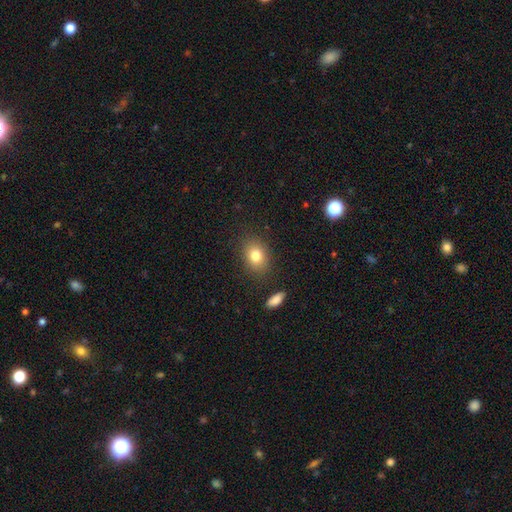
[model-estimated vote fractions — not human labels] The model was most divided on "how rounded": in between: 57%, round: 42%, cigar-shaped: 1%. More confident: merging — none (84%); smooth or featured — smooth (80%).